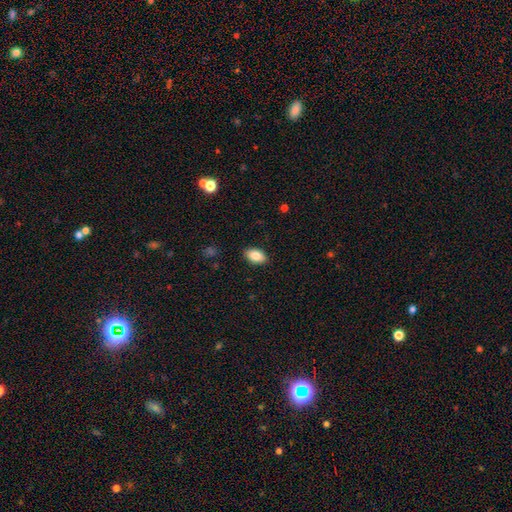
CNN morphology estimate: Smooth or featured? smooth (86%)
How rounded? in between (92%)
Merging? none (88%)